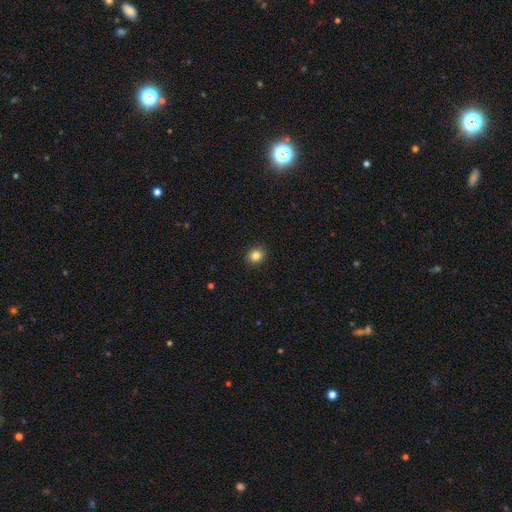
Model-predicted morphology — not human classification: Smooth or featured?
  - smooth: 84% *
  - star or artifact: 11%
  - featured or disk: 5%
How rounded?
  - round: 67% *
  - in between: 32%
  - cigar-shaped: 1%
Merging?
  - none: 90% *
  - minor disturbance: 7%
  - major disturbance: 2%
  - merger: 1%